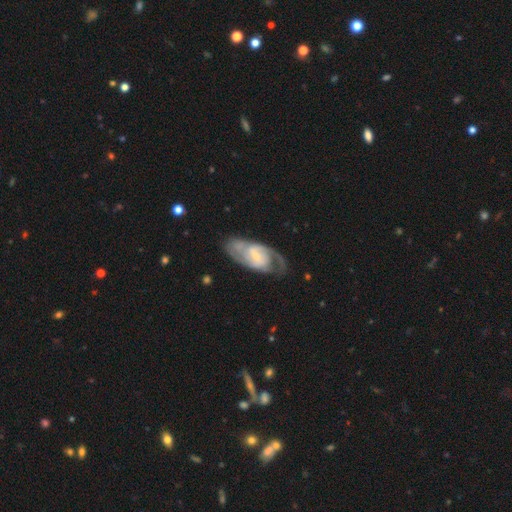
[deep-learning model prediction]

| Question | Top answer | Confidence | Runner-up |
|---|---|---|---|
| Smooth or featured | featured or disk | 84% | smooth (11%) |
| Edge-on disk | no | 95% | yes (5%) |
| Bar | weak | 50% | no (29%) |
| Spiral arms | yes | 94% | no (6%) |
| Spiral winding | medium | 49% | tight (34%) |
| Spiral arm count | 2 | 73% | can't tell (14%) |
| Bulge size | small | 67% | moderate (27%) |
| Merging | none | 66% | minor disturbance (20%) |